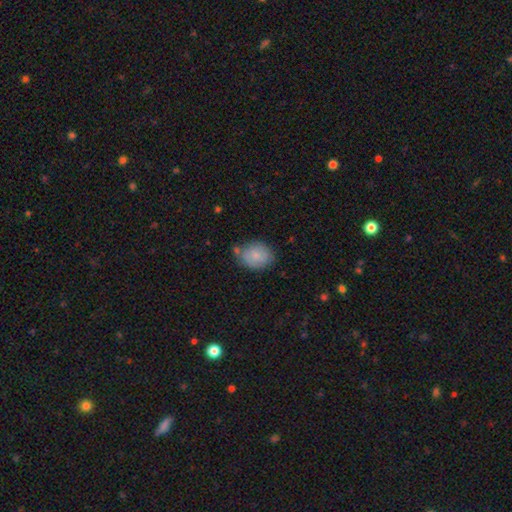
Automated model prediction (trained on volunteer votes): A smooth galaxy with no disk features (79%) that is in between round and cigar-shaped (55%). Merging: none (66%).